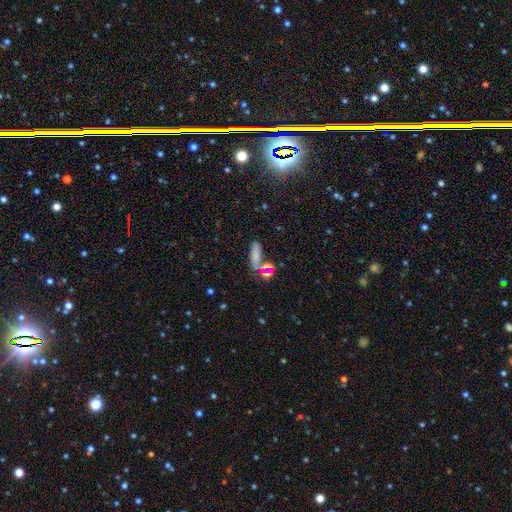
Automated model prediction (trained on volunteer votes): Smooth or featured?
  - smooth: 70% *
  - featured or disk: 16%
  - star or artifact: 14%
How rounded?
  - cigar-shaped: 50% *
  - in between: 43%
  - round: 7%
Merging?
  - none: 56% *
  - merger: 20%
  - minor disturbance: 16%
  - major disturbance: 8%